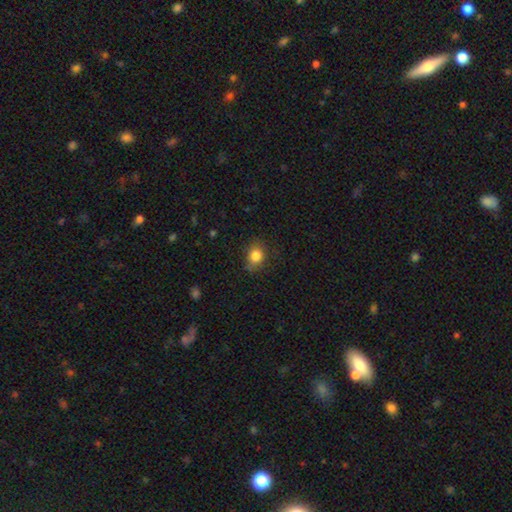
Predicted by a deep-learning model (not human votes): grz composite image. It shows a smooth galaxy with no disk features (83%) that is round (50%). Merging: none (73%).